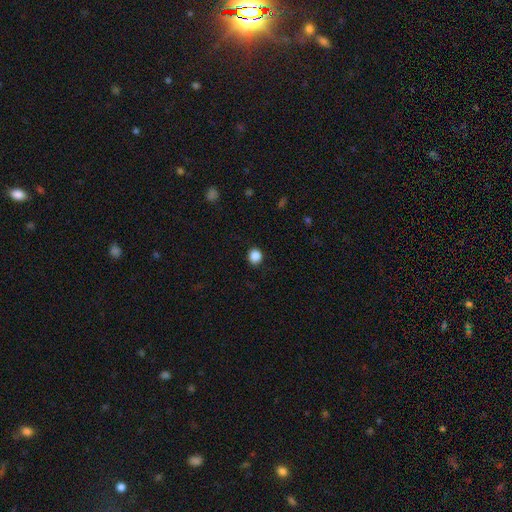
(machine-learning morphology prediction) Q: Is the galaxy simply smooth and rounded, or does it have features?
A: smooth — 87%.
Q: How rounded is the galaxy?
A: round — 88%.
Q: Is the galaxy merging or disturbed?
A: none — 91%.